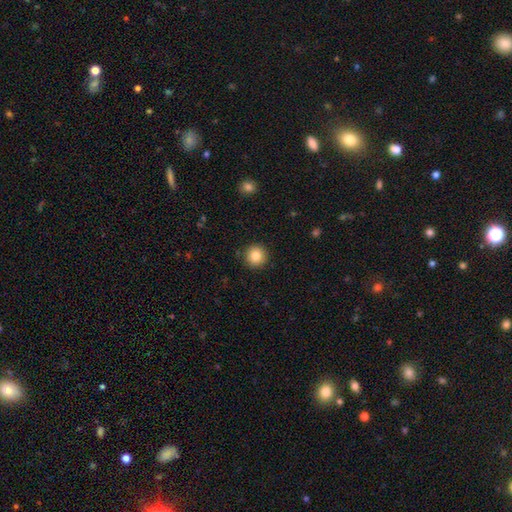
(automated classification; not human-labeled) smooth 84%, star or artifact 10%, featured or disk 6%. Down the decision tree: how rounded — round (95%); merging — none (92%).